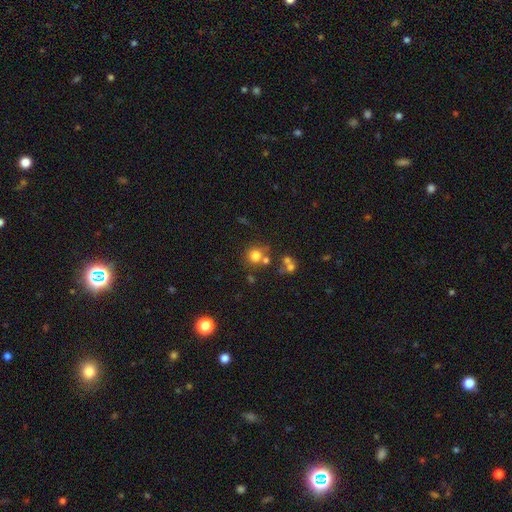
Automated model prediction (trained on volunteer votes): smooth 76%, star or artifact 14%, featured or disk 10%. Down the decision tree: how rounded — round (89%); merging — none (63%).